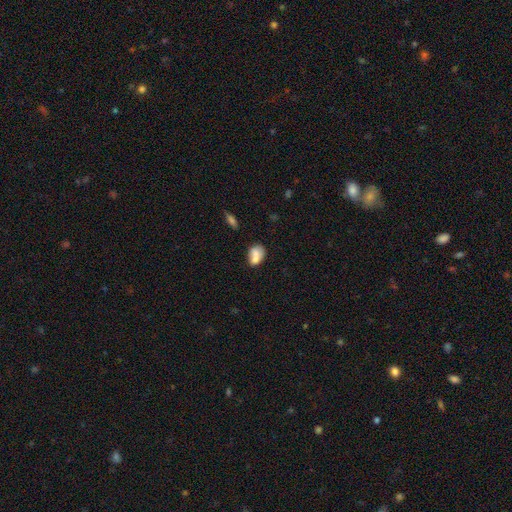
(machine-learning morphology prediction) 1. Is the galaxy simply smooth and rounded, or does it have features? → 72% smooth, 20% featured or disk, 8% star or artifact.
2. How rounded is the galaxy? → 68% in between, 30% round, 2% cigar-shaped.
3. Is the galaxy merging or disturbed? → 45% merger, 34% none, 15% minor disturbance, 6% major disturbance.